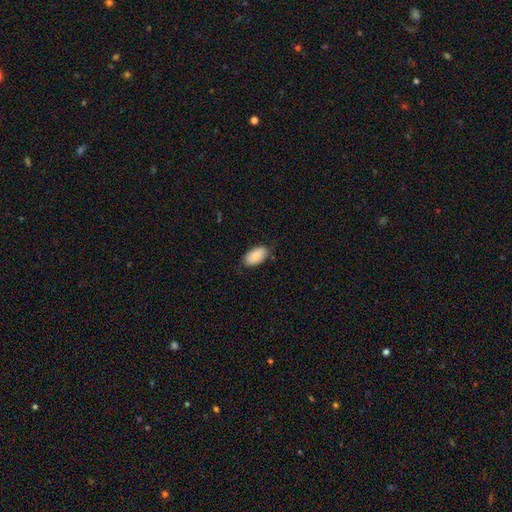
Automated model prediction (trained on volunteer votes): The model was most divided on "merging": none: 79%, minor disturbance: 17%, major disturbance: 3%, merger: 1%. More confident: how rounded — in between (95%); smooth or featured — smooth (87%).